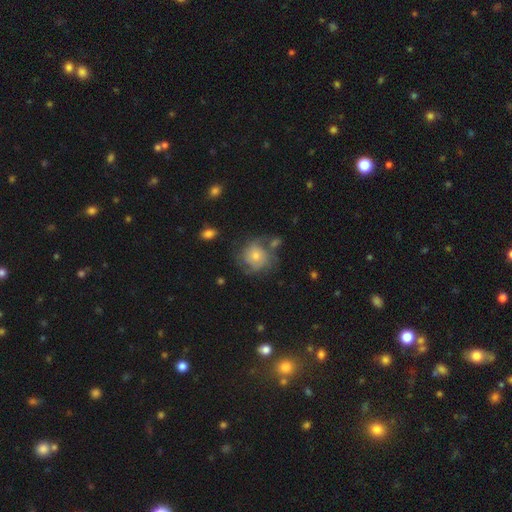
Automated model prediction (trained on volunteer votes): Overall: featured or disk (47%; smooth 45%). Merging: none (52%; minor disturbance 23%).